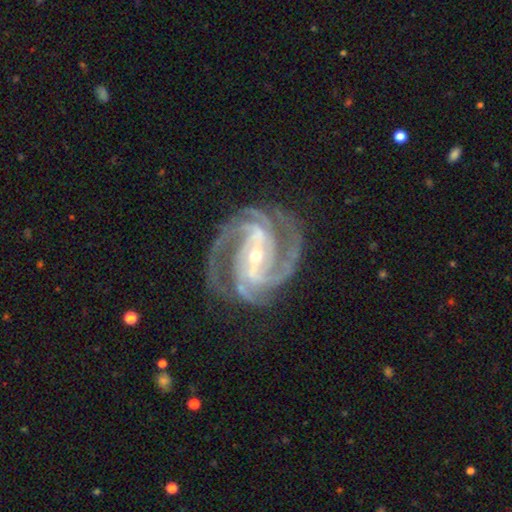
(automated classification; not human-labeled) Smooth or featured? Predicted: featured or disk (p=0.94). Edge-on disk? Predicted: no (p=0.98). Bar? Predicted: strong (p=0.52). Spiral arms? Predicted: yes (p=0.99). Spiral winding? Predicted: tight (p=0.53). Spiral arm count? Predicted: 3 (p=0.41). Bulge size? Predicted: small (p=0.62). Merging? Predicted: none (p=0.76).